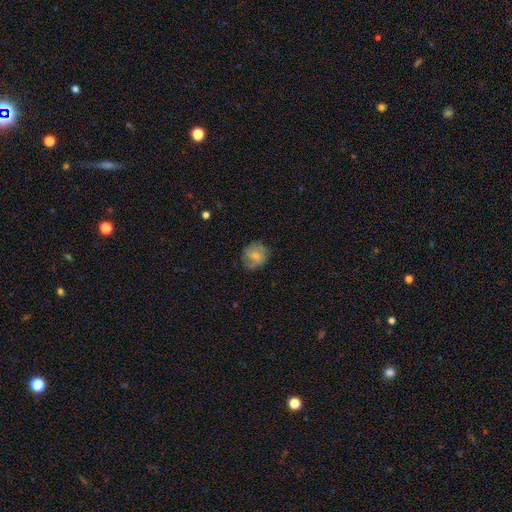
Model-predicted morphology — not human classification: Overall: smooth (68%). How rounded: round (79%). Merging: none (73%).